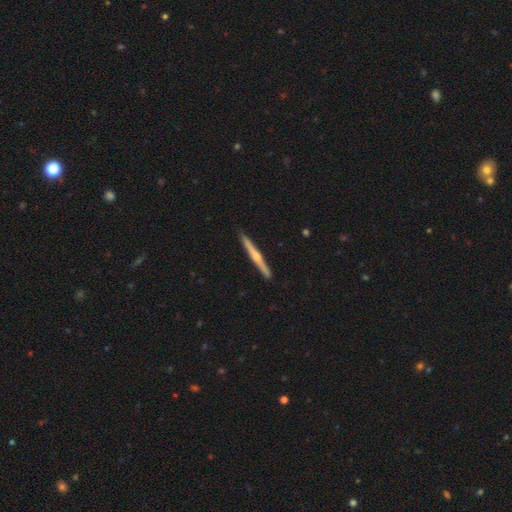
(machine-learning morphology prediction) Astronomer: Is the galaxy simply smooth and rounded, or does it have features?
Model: featured or disk — 69%.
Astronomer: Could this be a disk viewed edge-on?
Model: yes — 98%.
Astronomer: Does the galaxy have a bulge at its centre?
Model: rounded — 81%.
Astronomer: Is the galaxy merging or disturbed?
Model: none — 91%.